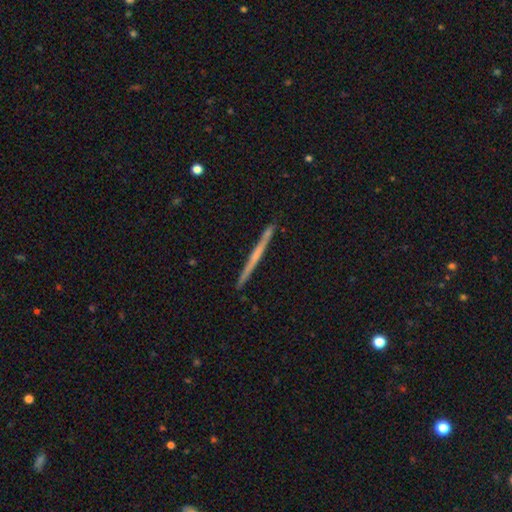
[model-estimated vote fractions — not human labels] smooth_or_featured: featured or disk (p=0.55) [alt: smooth p=0.39]
disk_edge_on: yes (p=0.98) [alt: no p=0.02]
edge_on_bulge: none (p=0.83) [alt: rounded p=0.12]
merging: none (p=0.91) [alt: minor disturbance p=0.06]